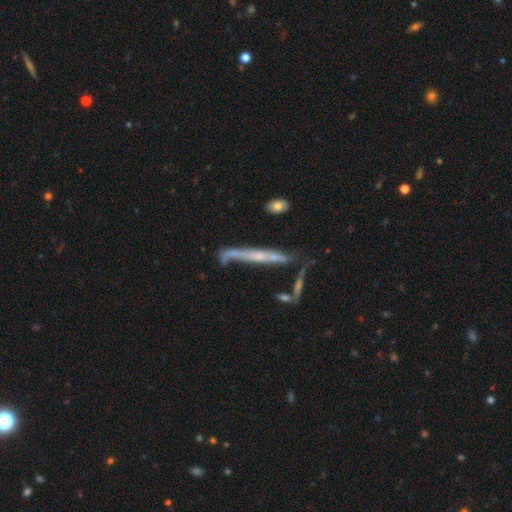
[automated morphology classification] Overall: featured or disk (63%; smooth 28%). Edge-on disk: yes (88%). Edge-on bulge: none (46%, tied with rounded). Merging: none (54%; minor disturbance 23%).